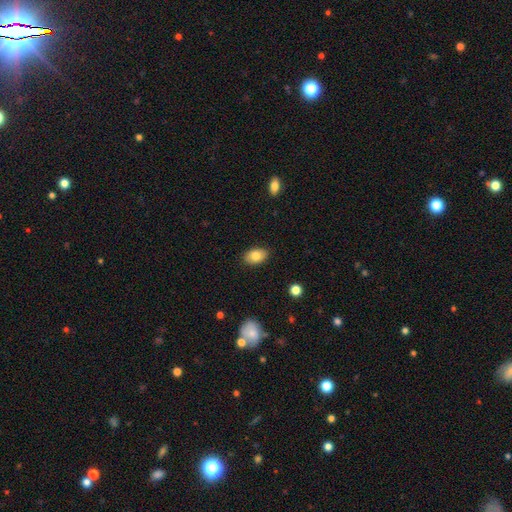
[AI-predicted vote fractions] Smooth or featured? smooth (82%)
How rounded? in between (88%)
Merging? none (87%)